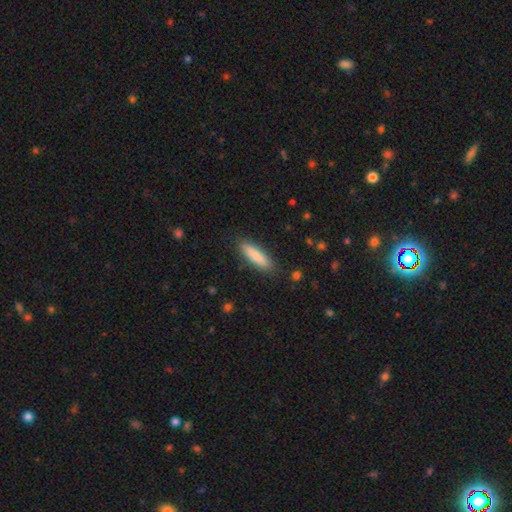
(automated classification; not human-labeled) Smooth or featured?
  - smooth: 86% *
  - featured or disk: 8%
  - star or artifact: 6%
How rounded?
  - cigar-shaped: 70% *
  - in between: 28%
  - round: 1%
Merging?
  - none: 88% *
  - minor disturbance: 9%
  - major disturbance: 2%
  - merger: 1%